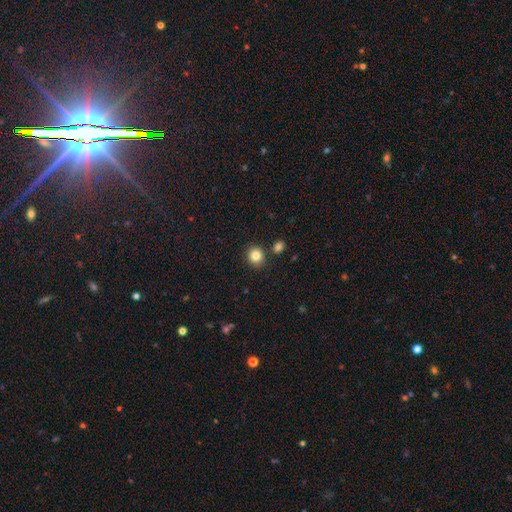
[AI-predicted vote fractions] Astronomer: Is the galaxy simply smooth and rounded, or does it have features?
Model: smooth — 84%.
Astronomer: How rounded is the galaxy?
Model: round — 81%.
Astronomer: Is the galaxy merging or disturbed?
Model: none — 85%.